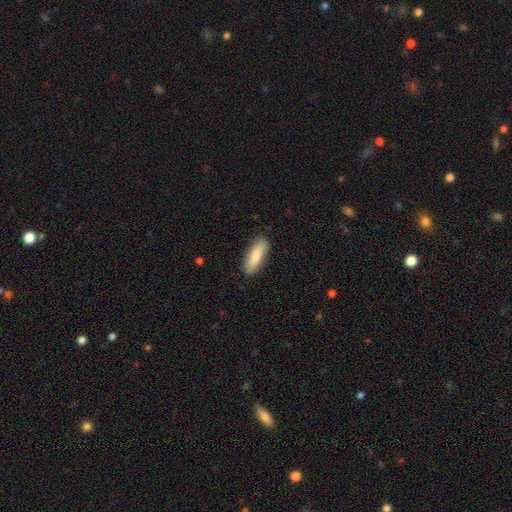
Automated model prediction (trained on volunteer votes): Morphology: type=smooth (83%); roundness=cigar-shaped (51%); merging=none (86%).